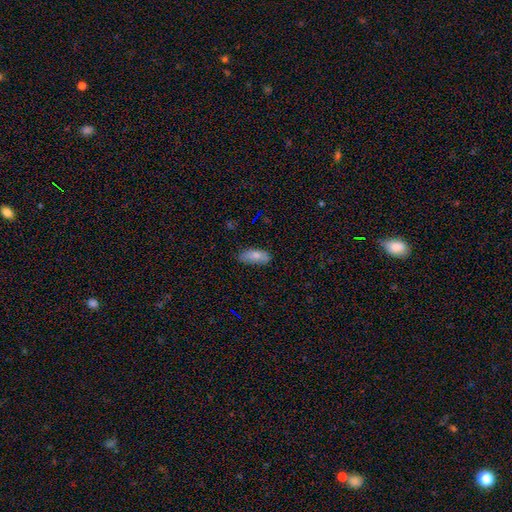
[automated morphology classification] Smooth or featured?
  - smooth: 81% *
  - featured or disk: 12%
  - star or artifact: 7%
How rounded?
  - in between: 83% *
  - cigar-shaped: 15%
  - round: 2%
Merging?
  - none: 73% *
  - minor disturbance: 22%
  - major disturbance: 4%
  - merger: 2%